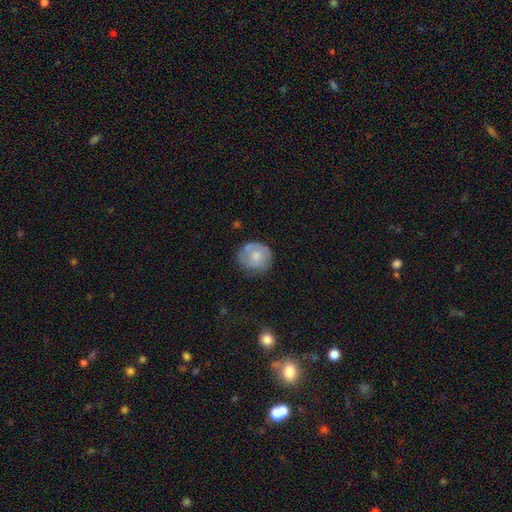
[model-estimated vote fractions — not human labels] Smooth or featured? Predicted: smooth (p=0.57). How rounded? Predicted: round (p=0.84). Merging? Predicted: none (p=0.65).